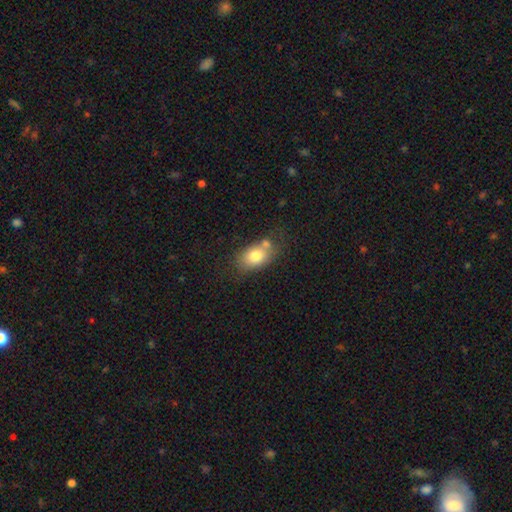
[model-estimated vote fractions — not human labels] The model was most divided on "merging": none: 52%, merger: 22%, minor disturbance: 19%, major disturbance: 7%. More confident: how rounded — in between (82%); smooth or featured — smooth (76%).